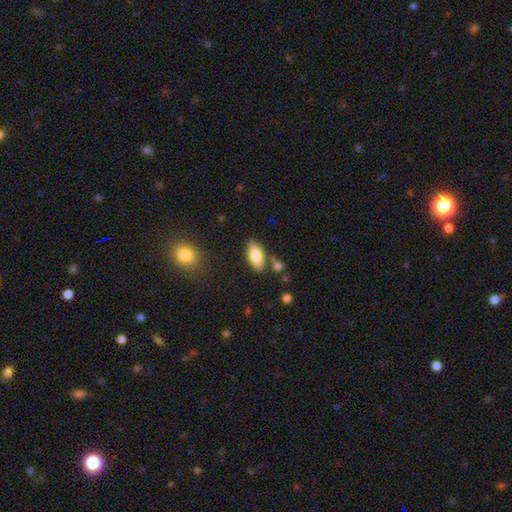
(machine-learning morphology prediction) This is likely a smooth galaxy (77%). How rounded: clearly in between (86%). Merging: clearly none (81%).